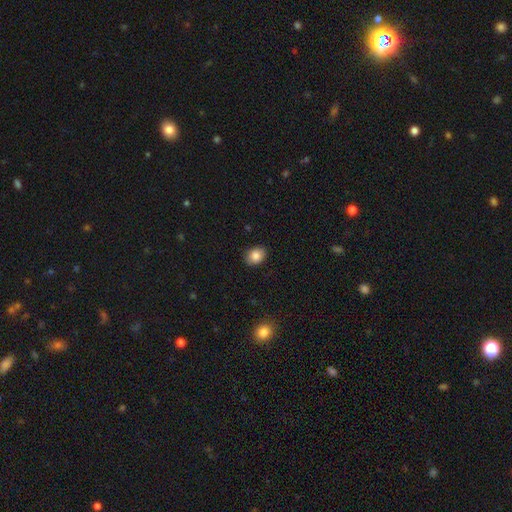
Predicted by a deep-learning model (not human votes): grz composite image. It shows a smooth galaxy with no disk features (85%) that is in between round and cigar-shaped (65%). Merging: none (88%).